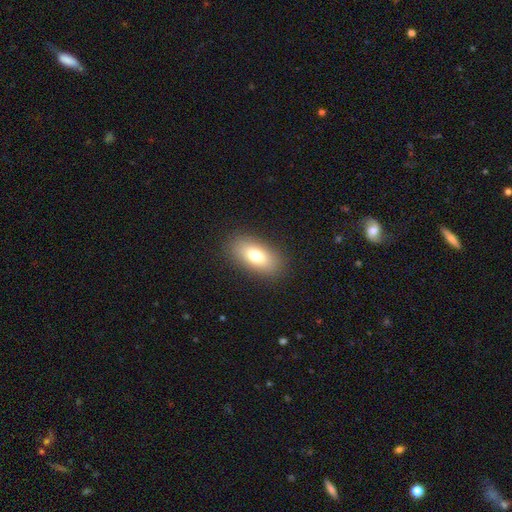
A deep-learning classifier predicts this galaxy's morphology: type=smooth (78%); roundness=in between (89%); merging=none (88%).